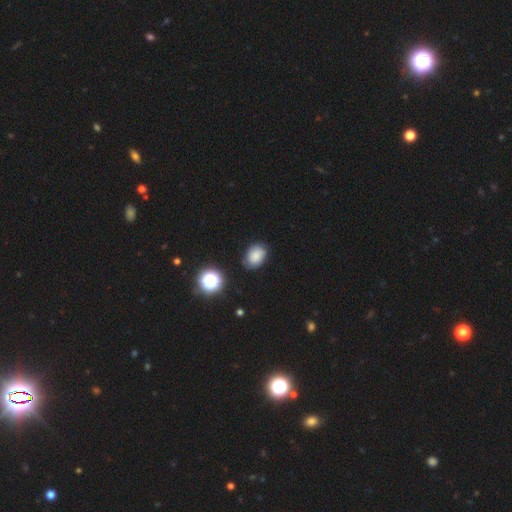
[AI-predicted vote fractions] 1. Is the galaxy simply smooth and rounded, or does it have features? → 78% smooth, 12% star or artifact, 10% featured or disk.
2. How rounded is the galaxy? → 71% in between, 28% round, 1% cigar-shaped.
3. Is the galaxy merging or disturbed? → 78% none, 17% minor disturbance, 4% major disturbance, 2% merger.